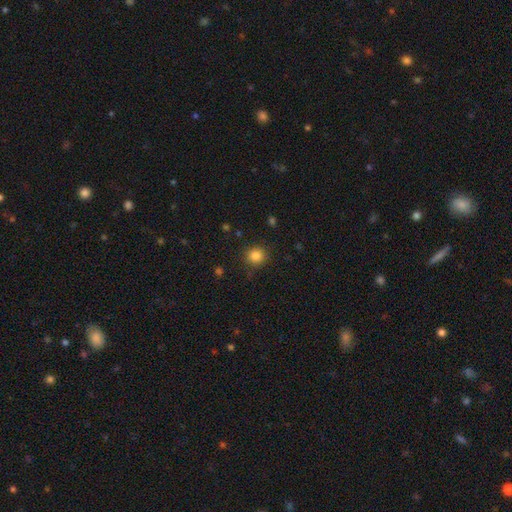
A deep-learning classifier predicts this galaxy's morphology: smooth_or_featured: smooth (p=0.84) [alt: star or artifact p=0.12]
how_rounded: round (p=0.89) [alt: in between p=0.10]
merging: none (p=0.88) [alt: minor disturbance p=0.08]